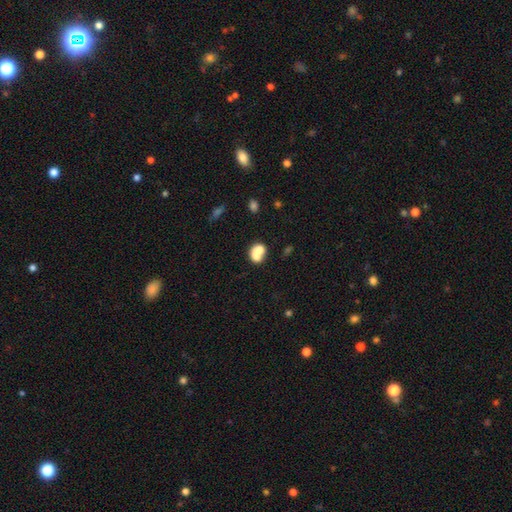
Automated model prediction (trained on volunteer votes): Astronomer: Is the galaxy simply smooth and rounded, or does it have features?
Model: smooth — 68%.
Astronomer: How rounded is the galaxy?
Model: round — 53% (runner-up: in between, 46%).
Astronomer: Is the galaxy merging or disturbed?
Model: merger — 64%.